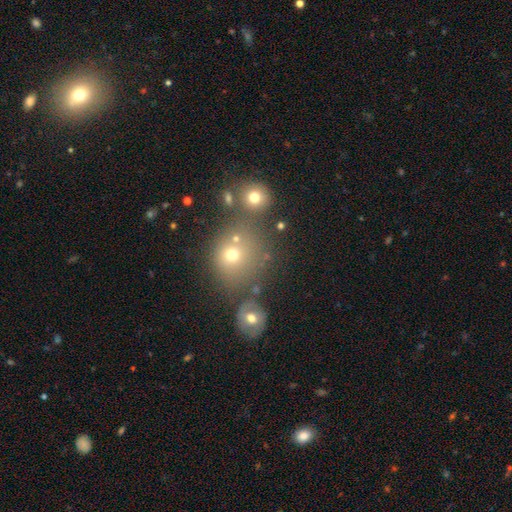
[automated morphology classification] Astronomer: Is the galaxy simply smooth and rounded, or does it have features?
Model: smooth — 51% (runner-up: star or artifact, 35%).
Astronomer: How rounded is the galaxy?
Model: round — 85%.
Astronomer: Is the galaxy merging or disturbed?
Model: none — 60%.